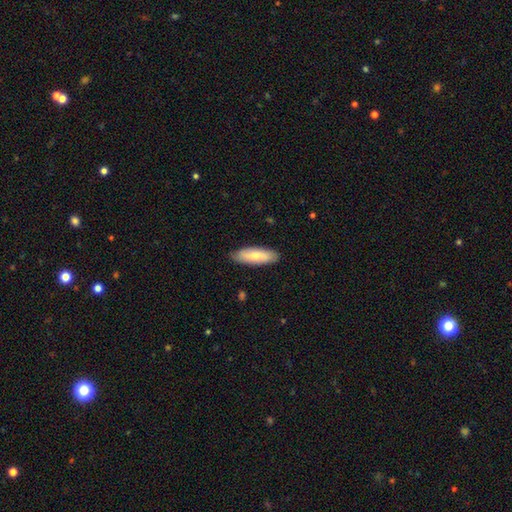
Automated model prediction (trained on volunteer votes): A smooth galaxy with no disk features (73%) that is in between round and cigar-shaped (59%). Merging: none (84%).